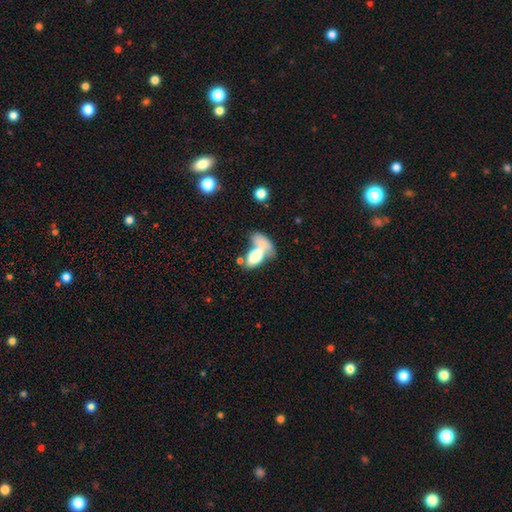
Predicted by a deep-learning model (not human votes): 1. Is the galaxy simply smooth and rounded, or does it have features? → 70% smooth, 22% featured or disk, 8% star or artifact.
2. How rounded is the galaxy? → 86% in between, 7% cigar-shaped, 7% round.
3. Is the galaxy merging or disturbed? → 54% merger, 18% none, 17% major disturbance, 10% minor disturbance.